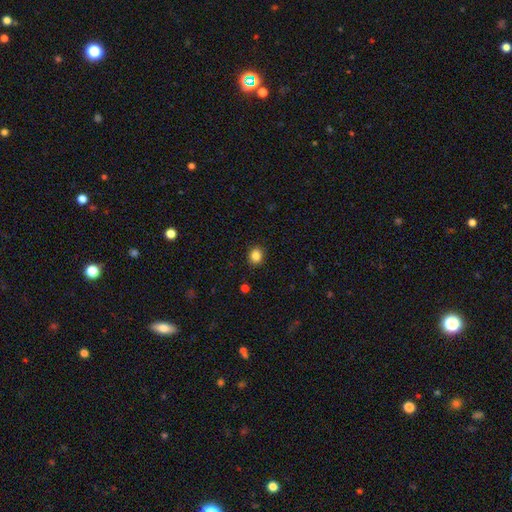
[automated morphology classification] The model was most divided on "how rounded": round: 72%, in between: 28%, cigar-shaped: 1%. More confident: merging — none (89%); smooth or featured — smooth (85%).